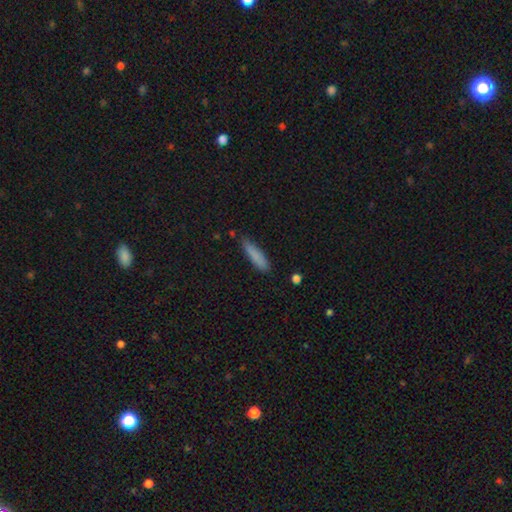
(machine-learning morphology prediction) The model was most divided on "merging": none: 76%, minor disturbance: 18%, major disturbance: 3%, merger: 2%. More confident: smooth or featured — smooth (84%); how rounded — cigar-shaped (79%).